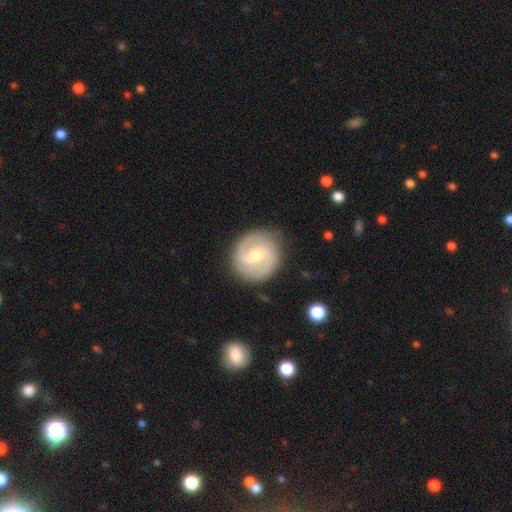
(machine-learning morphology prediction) This appears to be a featured or disk galaxy (80%) with a weak bar (58%), 2 (87%) medium (47%) spiral arms (93%) and a moderate central bulge (64%). Merging: none (83%).